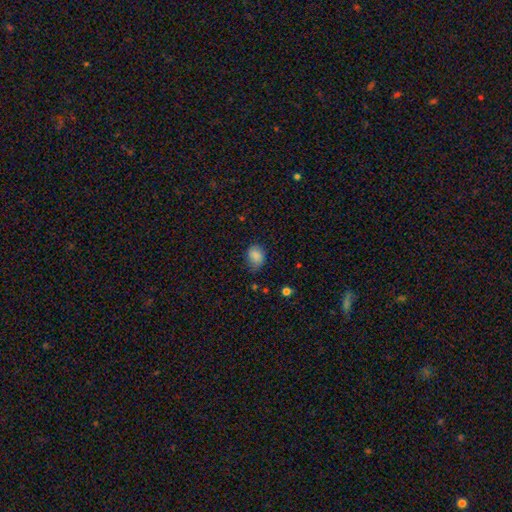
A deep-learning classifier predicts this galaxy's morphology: Smooth or featured? Predicted: smooth (p=0.86). How rounded? Predicted: in between (p=0.61). Merging? Predicted: none (p=0.60).